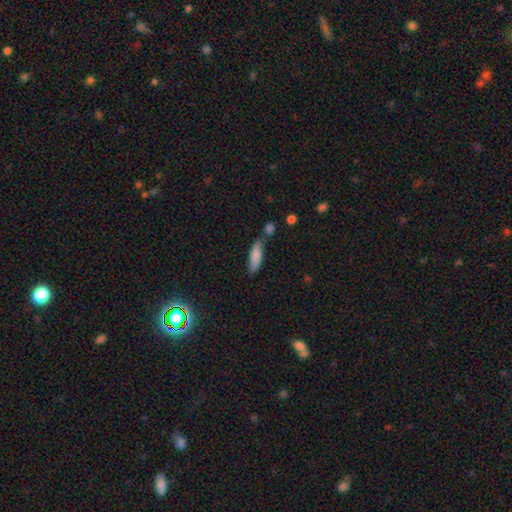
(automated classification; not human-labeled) Overall: smooth (82%). How rounded: cigar-shaped (50%; in between 48%). Merging: none (57%; minor disturbance 21%).